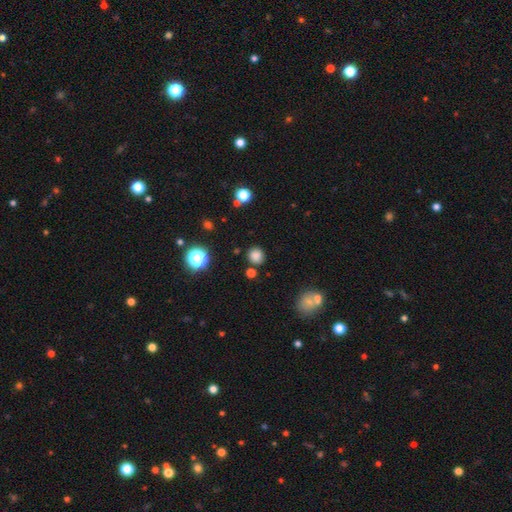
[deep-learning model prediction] smooth_or_featured: smooth (p=0.80) [alt: star or artifact p=0.15]
how_rounded: round (p=0.89) [alt: in between p=0.10]
merging: none (p=0.83) [alt: minor disturbance p=0.10]